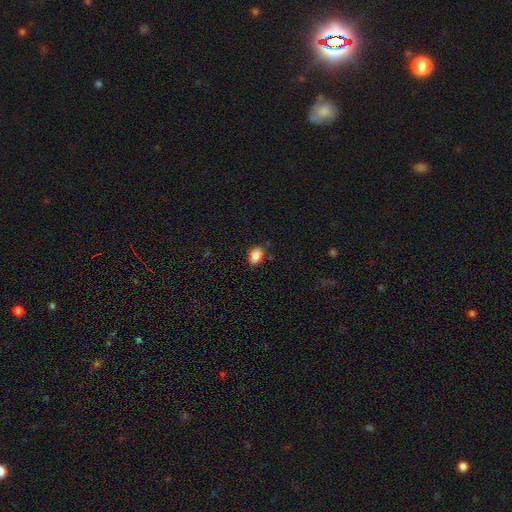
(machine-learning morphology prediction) A smooth galaxy with no disk features (86%) that is in between round and cigar-shaped (82%).

Vote fractions:
- Smooth or featured? smooth: 86% / star or artifact: 9% / featured or disk: 6%
- How rounded? in between: 82% / round: 17% / cigar-shaped: 1%
- Merging? none: 85% / minor disturbance: 10% / merger: 2% / major disturbance: 2%